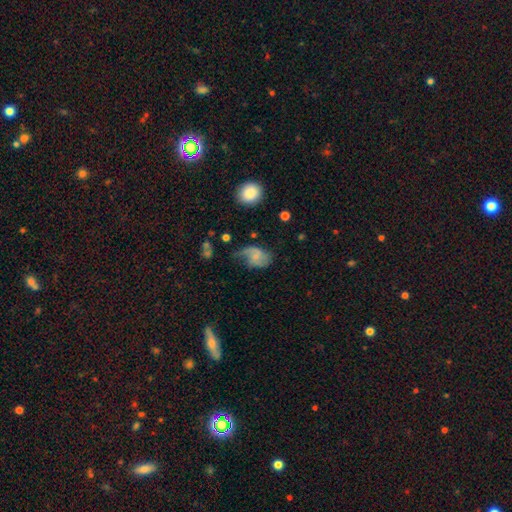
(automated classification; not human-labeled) This appears to be a featured or disk galaxy (51%). Merging: major disturbance (38%).